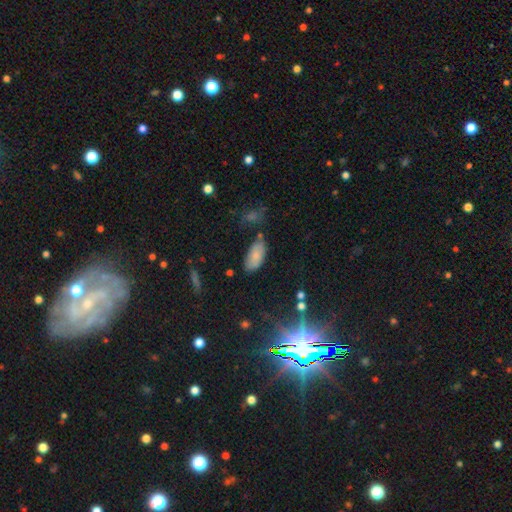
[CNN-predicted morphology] The model was most divided on "merging": none: 70%, minor disturbance: 20%, merger: 5%, major disturbance: 5%. More confident: how rounded — in between (92%); smooth or featured — smooth (80%).